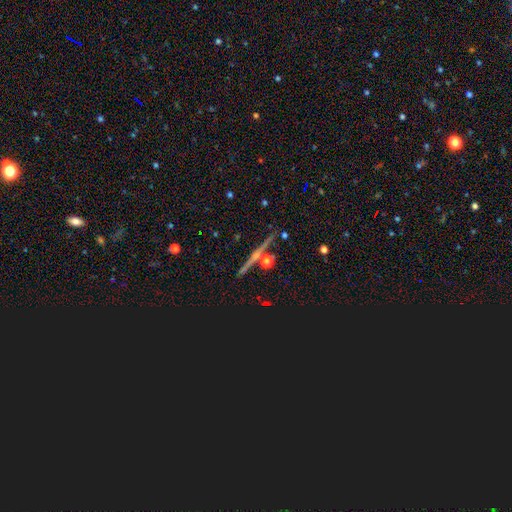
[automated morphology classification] Smooth or featured?
  - featured or disk: 65% *
  - star or artifact: 19%
  - smooth: 16%
Edge-on disk?
  - yes: 96% *
  - no: 4%
Edge-on bulge?
  - rounded: 65% *
  - none: 26%
  - boxy: 9%
Merging?
  - none: 87% *
  - minor disturbance: 6%
  - merger: 4%
  - major disturbance: 3%